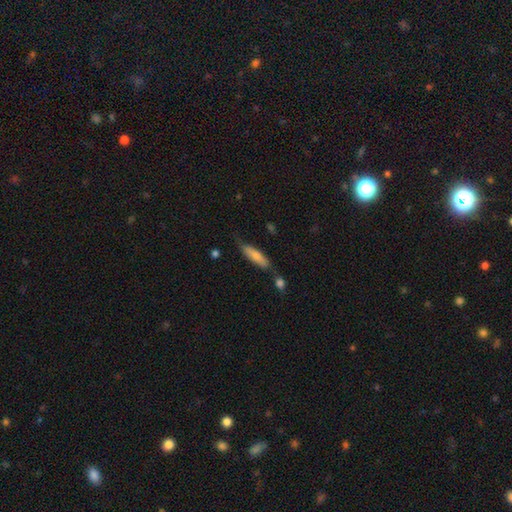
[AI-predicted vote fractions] This is likely a smooth galaxy (69%). How rounded: likely cigar-shaped (66%). Merging: likely none (62%).